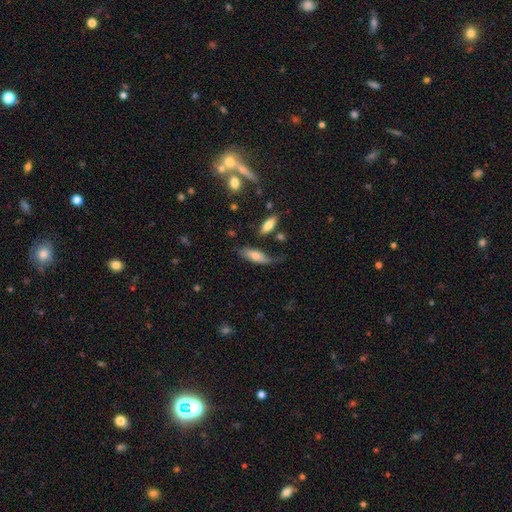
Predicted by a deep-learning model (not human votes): smooth 72%, featured or disk 21%, star or artifact 7%. Down the decision tree: how rounded — in between (71%); merging — none (48%).